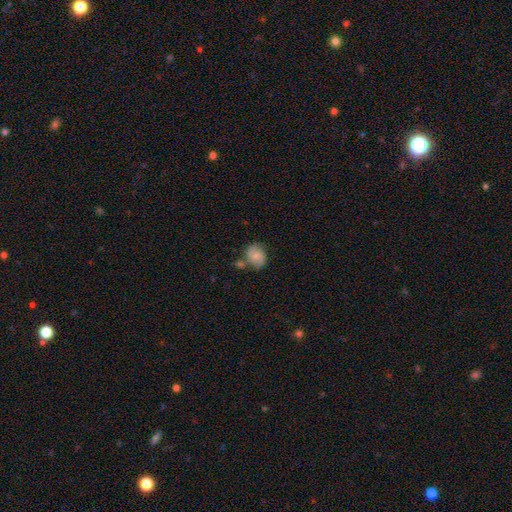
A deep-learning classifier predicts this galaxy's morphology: smooth 61%, featured or disk 31%, star or artifact 8%. Down the decision tree: how rounded — round (62%); merging — none (57%).